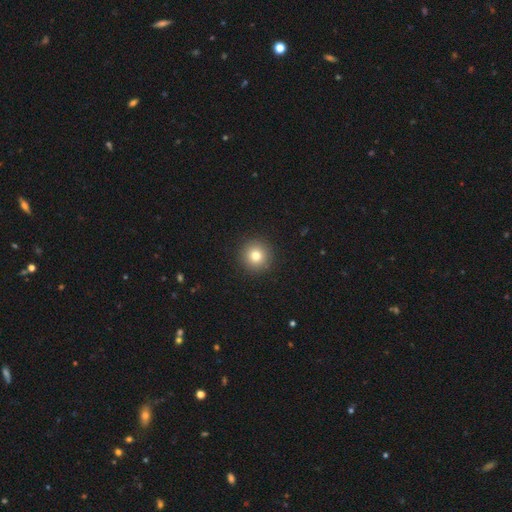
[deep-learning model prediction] Q: Smooth or featured?
A: smooth (79%); runner-up: star or artifact (12%)
Q: How rounded?
A: round (95%); runner-up: in between (4%)
Q: Merging?
A: none (92%); runner-up: minor disturbance (5%)